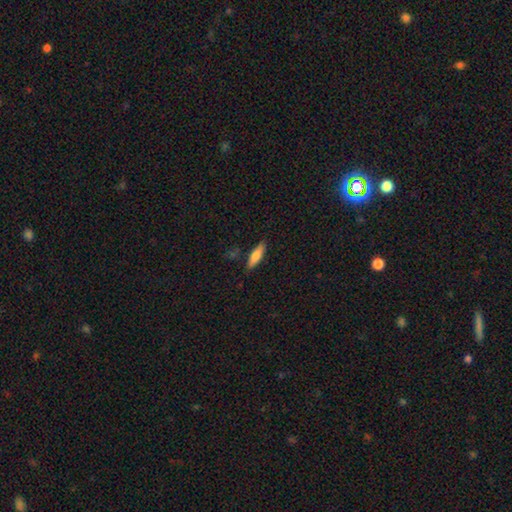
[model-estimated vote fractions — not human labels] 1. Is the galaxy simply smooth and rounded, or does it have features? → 75% smooth, 19% featured or disk, 6% star or artifact.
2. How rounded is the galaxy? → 59% cigar-shaped, 39% in between, 2% round.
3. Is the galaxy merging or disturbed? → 84% none, 11% minor disturbance, 2% major disturbance, 2% merger.